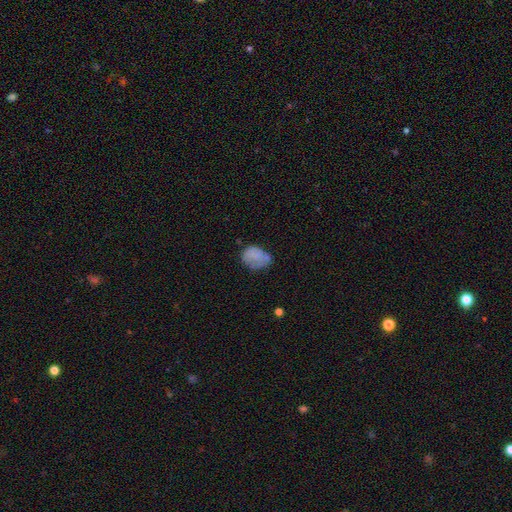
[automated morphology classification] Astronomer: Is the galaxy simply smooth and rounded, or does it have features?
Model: smooth — 71%.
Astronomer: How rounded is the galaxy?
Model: in between — 58% (runner-up: round, 41%).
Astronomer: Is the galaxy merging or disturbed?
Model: none — 42% (runner-up: minor disturbance, 32%).